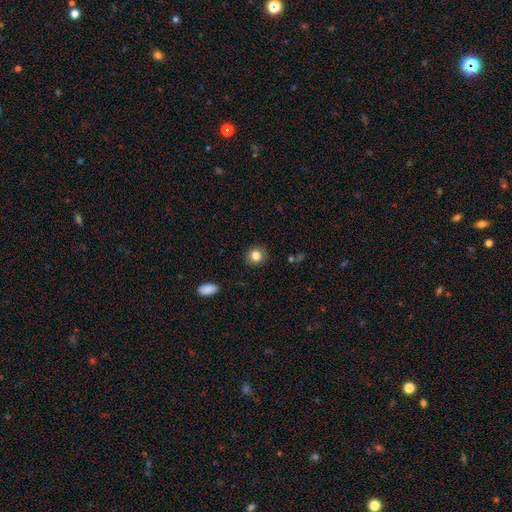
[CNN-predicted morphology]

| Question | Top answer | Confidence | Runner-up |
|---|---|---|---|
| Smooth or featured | smooth | 82% | star or artifact (10%) |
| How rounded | round | 84% | in between (15%) |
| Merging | none | 89% | minor disturbance (8%) |